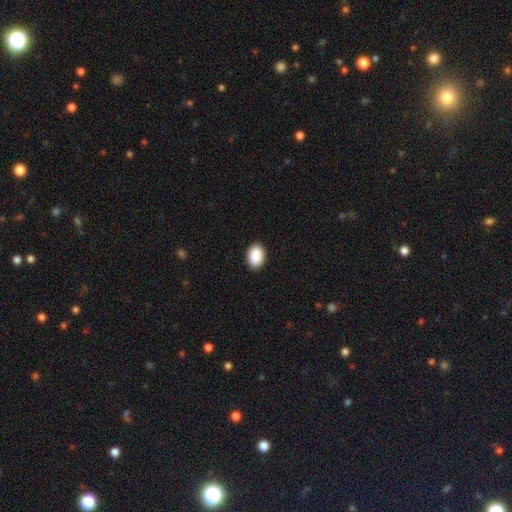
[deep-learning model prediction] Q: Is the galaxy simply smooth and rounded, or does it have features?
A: smooth — 91%.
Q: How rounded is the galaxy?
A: in between — 85%.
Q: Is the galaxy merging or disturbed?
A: none — 91%.